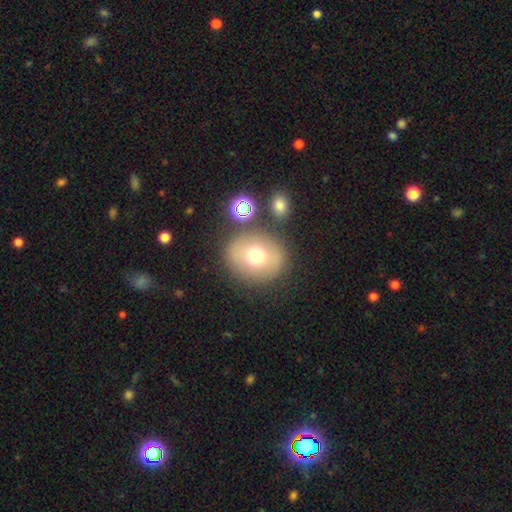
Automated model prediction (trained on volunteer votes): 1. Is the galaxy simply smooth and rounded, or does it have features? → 68% smooth, 18% featured or disk, 13% star or artifact.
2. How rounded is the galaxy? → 79% round, 20% in between, 1% cigar-shaped.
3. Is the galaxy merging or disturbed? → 78% none, 10% minor disturbance, 8% merger, 4% major disturbance.